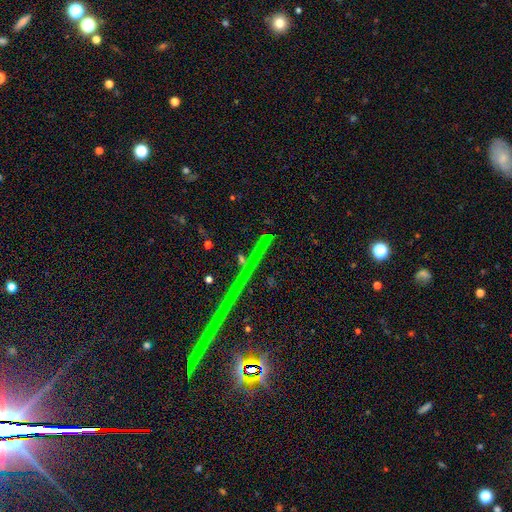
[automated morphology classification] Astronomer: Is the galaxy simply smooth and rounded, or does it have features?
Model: star or artifact — 76%.